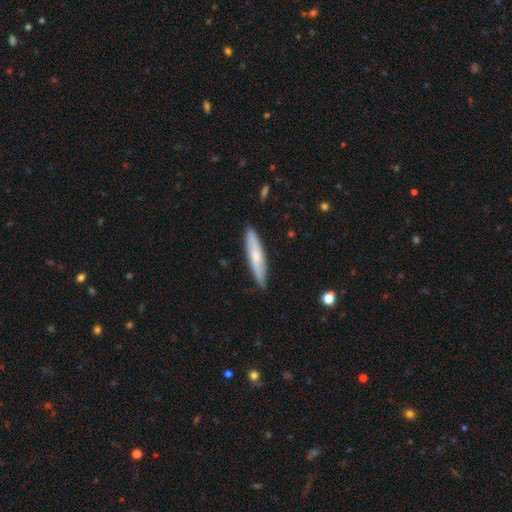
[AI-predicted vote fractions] smooth_or_featured: smooth (p=0.61) [alt: featured or disk p=0.34]
how_rounded: cigar-shaped (p=0.87) [alt: in between p=0.11]
merging: none (p=0.84) [alt: minor disturbance p=0.13]